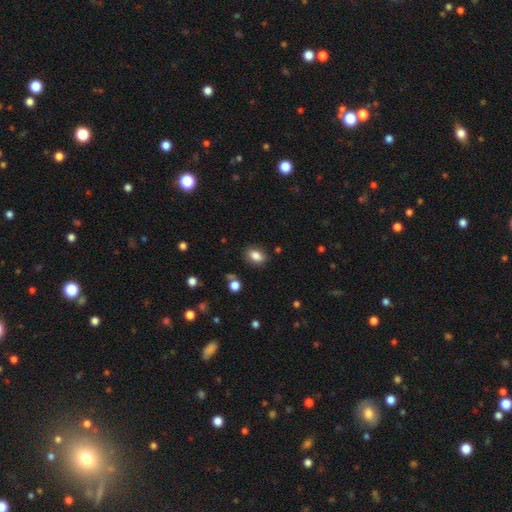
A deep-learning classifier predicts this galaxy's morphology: Smooth or featured: smooth — 84% (star or artifact — 9%)
How rounded: in between — 81% (round — 17%)
Merging: none — 84% (minor disturbance — 11%)